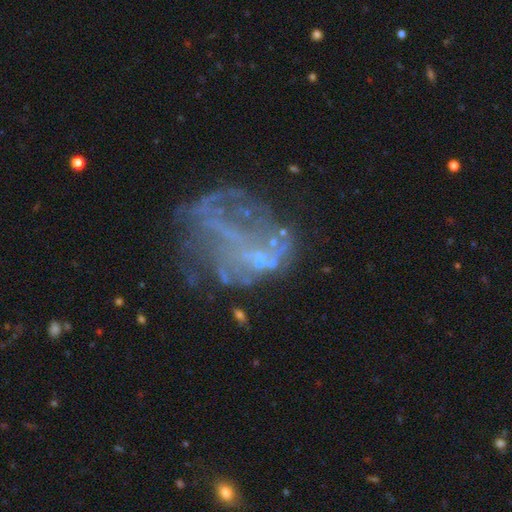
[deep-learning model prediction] Smooth or featured? Predicted: featured or disk (p=0.65). Edge-on disk? Predicted: no (p=0.98). Bar? Predicted: no (p=0.79). Spiral arms? Predicted: no (p=0.79). Bulge size? Predicted: none (p=0.68). Merging? Predicted: none (p=0.40).